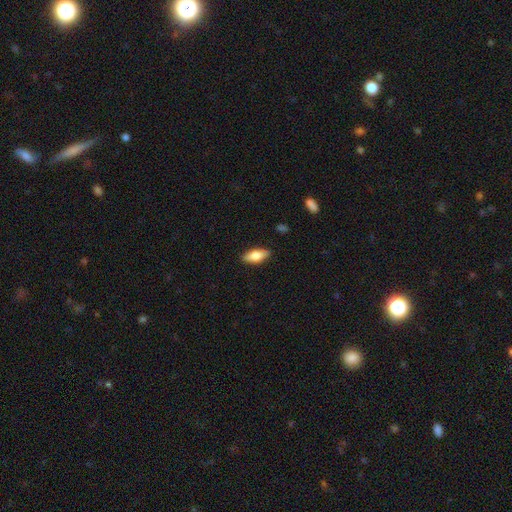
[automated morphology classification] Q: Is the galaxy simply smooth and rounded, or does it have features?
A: smooth — 70%.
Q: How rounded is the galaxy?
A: in between — 76%.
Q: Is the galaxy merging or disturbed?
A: none — 88%.